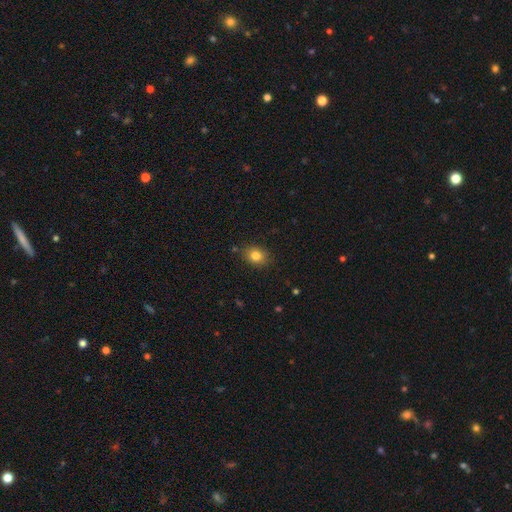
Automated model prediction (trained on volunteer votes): A smooth galaxy with no disk features (82%) that is round (50%).

Vote fractions:
- Smooth or featured? smooth: 82% / star or artifact: 11% / featured or disk: 7%
- How rounded? round: 50% / in between: 49% / cigar-shaped: 1%
- Merging? none: 84% / minor disturbance: 11% / major disturbance: 3% / merger: 2%